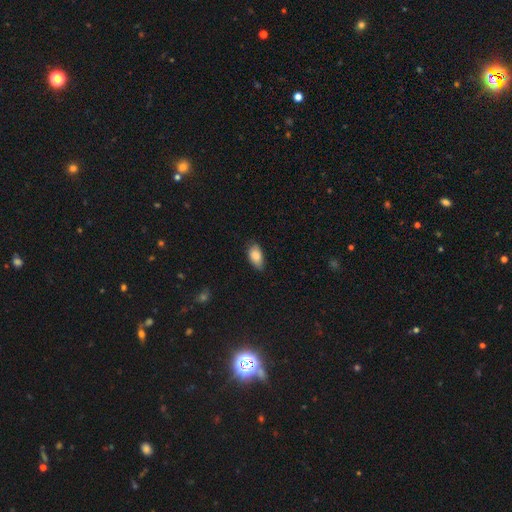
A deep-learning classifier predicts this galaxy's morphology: type=smooth (86%); roundness=in between (91%); merging=none (72%).